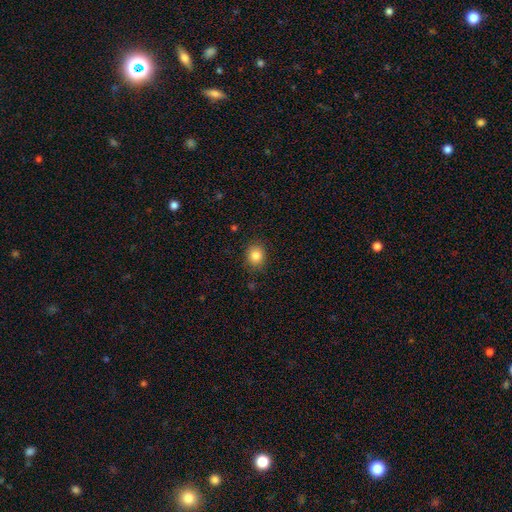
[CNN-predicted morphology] Q: Smooth or featured?
A: smooth (84%); runner-up: star or artifact (10%)
Q: How rounded?
A: round (72%); runner-up: in between (27%)
Q: Merging?
A: none (86%); runner-up: minor disturbance (10%)